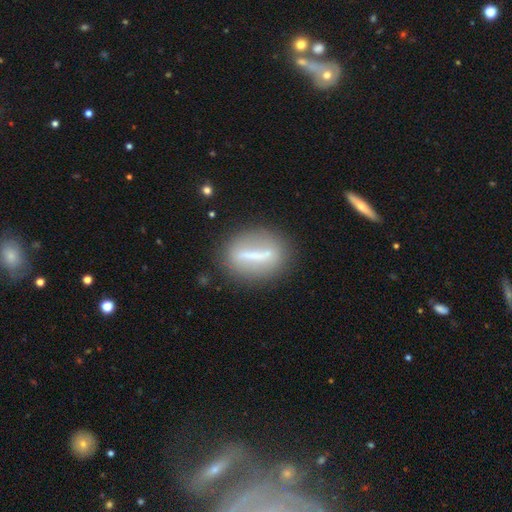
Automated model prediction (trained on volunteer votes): This is possibly a featured or disk galaxy (53%). It is likely not viewed edge-on (64%). Merging: likely none (79%).